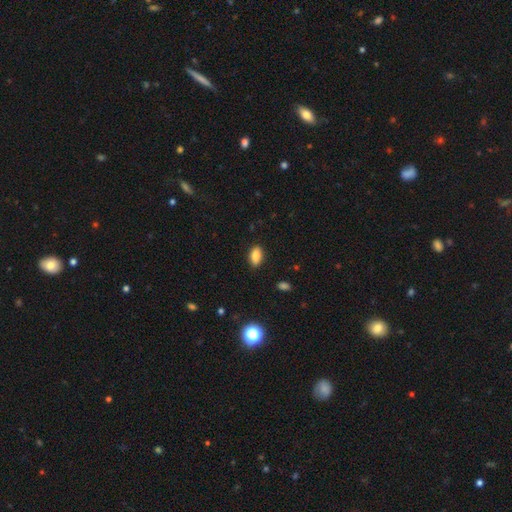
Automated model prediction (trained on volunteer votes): Morphology: type=smooth (85%); roundness=in between (90%); merging=none (87%).